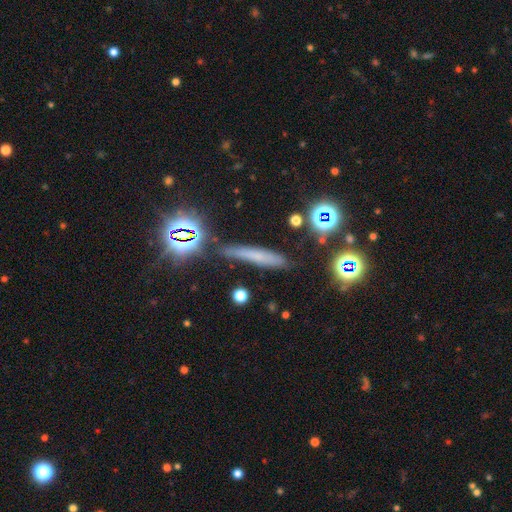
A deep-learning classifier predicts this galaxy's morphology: type=smooth (50%); roundness=cigar-shaped (88%); merging=none (82%).